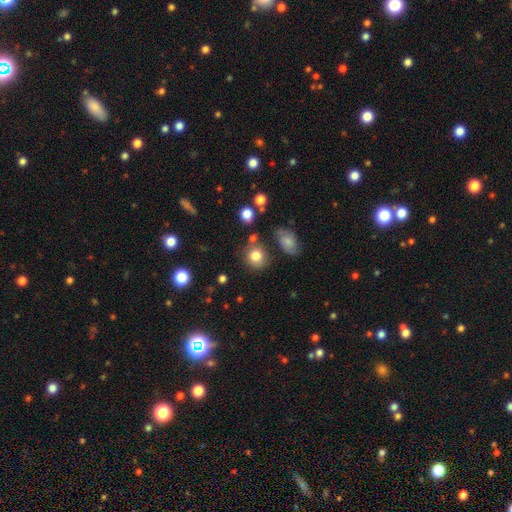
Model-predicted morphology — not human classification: This is clearly a smooth galaxy (81%). How rounded: clearly round (82%). Merging: likely none (73%).